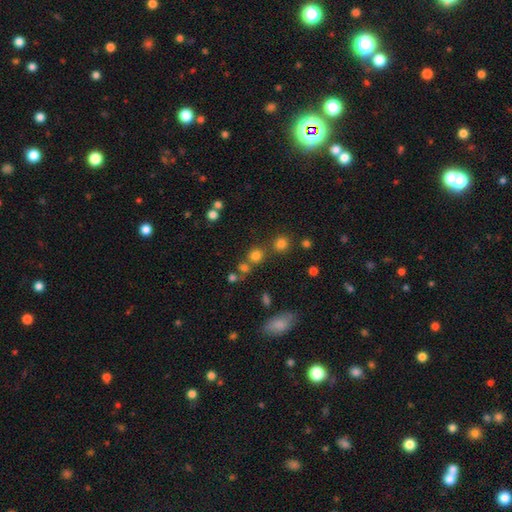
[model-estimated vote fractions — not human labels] smooth 74%, star or artifact 19%, featured or disk 7%. Down the decision tree: how rounded — round (87%); merging — none (68%).